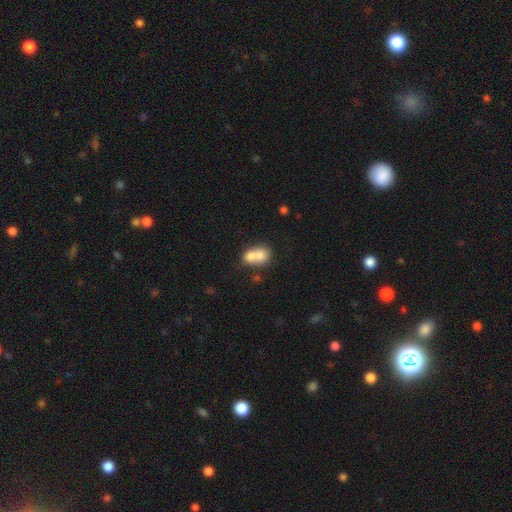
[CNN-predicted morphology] This is likely a smooth galaxy (71%). How rounded: possibly round (51%). Merging: likely merger (70%).